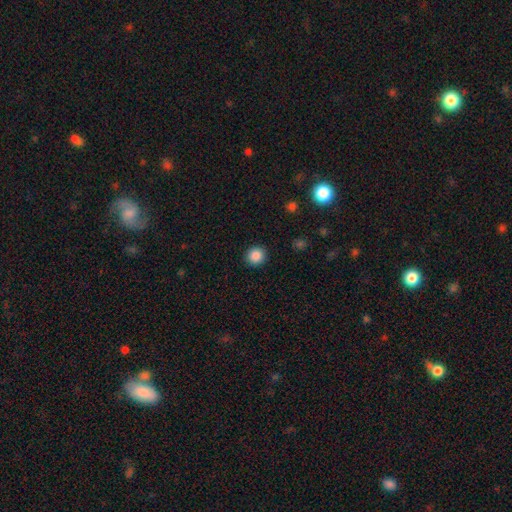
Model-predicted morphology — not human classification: This is clearly a smooth galaxy (87%). How rounded: clearly round (93%). Merging: clearly none (92%).